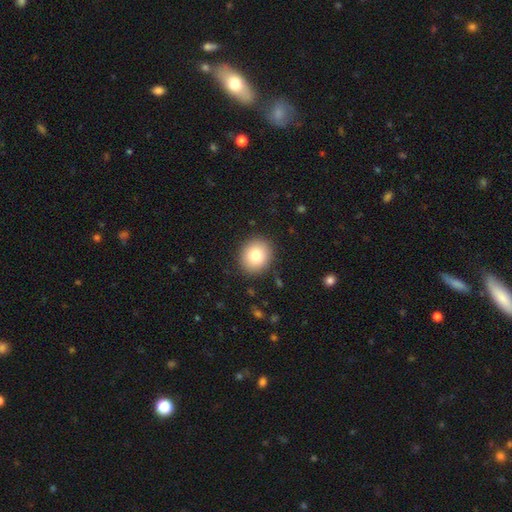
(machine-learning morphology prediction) smooth 80%, featured or disk 10%, star or artifact 9%. Down the decision tree: how rounded — round (79%); merging — none (90%).